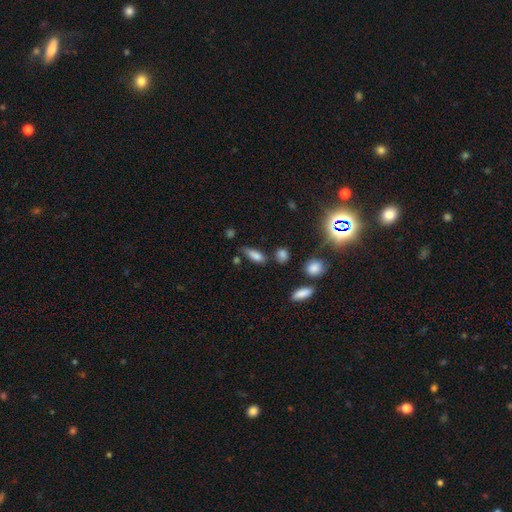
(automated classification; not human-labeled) smooth-or-featured: smooth: 78% | featured or disk: 11% | star or artifact: 11%
  how-rounded: in between: 66% | cigar-shaped: 30% | round: 4%
  merging: none: 59% | minor disturbance: 26% | merger: 8% | major disturbance: 8%